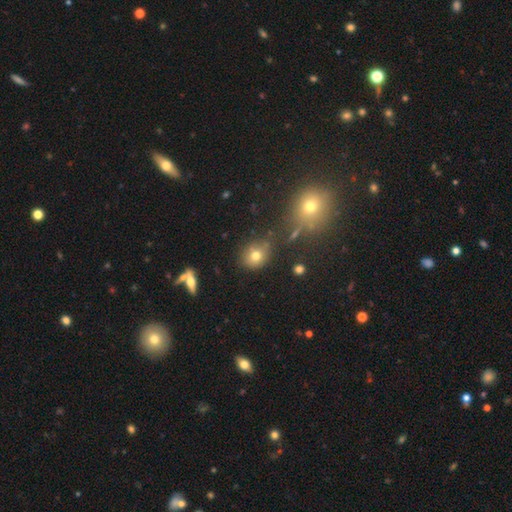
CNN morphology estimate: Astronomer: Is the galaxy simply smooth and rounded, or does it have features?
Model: smooth — 71%.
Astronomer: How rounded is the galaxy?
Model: round — 67%.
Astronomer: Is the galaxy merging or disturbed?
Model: none — 64%.